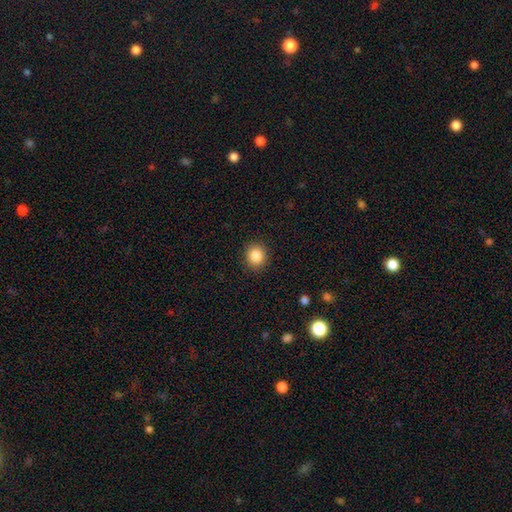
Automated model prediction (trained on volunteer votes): Q: Smooth or featured?
A: smooth (86%); runner-up: star or artifact (10%)
Q: How rounded?
A: round (84%); runner-up: in between (16%)
Q: Merging?
A: none (90%); runner-up: minor disturbance (6%)